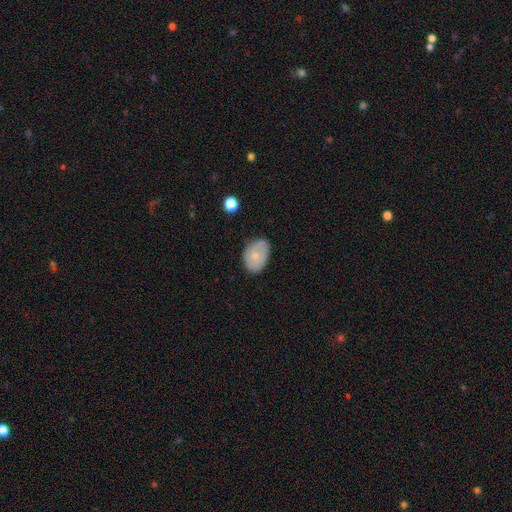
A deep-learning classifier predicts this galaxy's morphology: smooth 66%, featured or disk 27%, star or artifact 7%. Down the decision tree: how rounded — in between (79%); merging — none (67%).